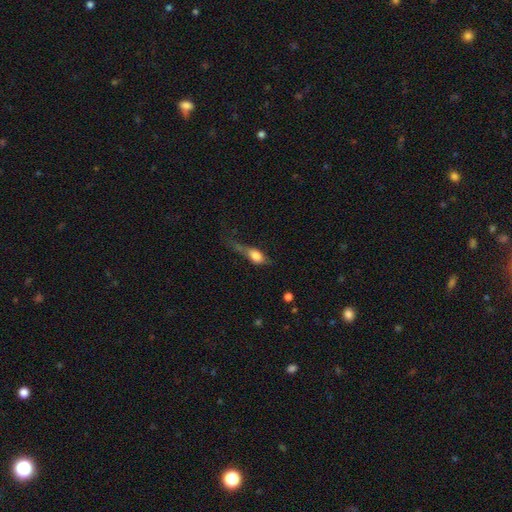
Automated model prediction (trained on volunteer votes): Q: Smooth or featured?
A: smooth (65%); runner-up: featured or disk (26%)
Q: How rounded?
A: in between (68%); runner-up: cigar-shaped (19%)
Q: Merging?
A: major disturbance (37%); runner-up: minor disturbance (28%)